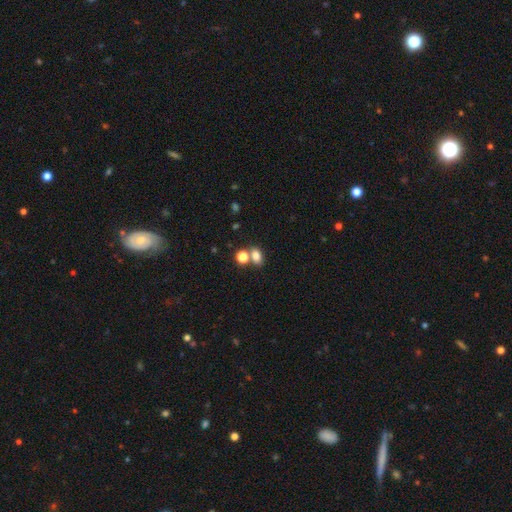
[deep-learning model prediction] Smooth or featured? Predicted: smooth (p=0.79). How rounded? Predicted: in between (p=0.69). Merging? Predicted: none (p=0.51).